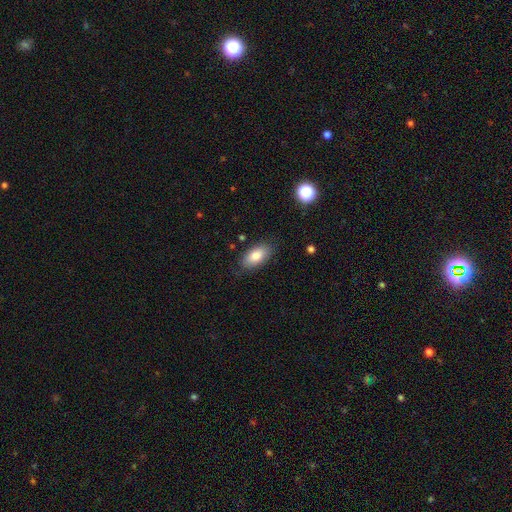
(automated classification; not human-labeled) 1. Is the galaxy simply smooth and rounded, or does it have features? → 83% smooth, 10% featured or disk, 7% star or artifact.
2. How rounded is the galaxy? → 92% in between, 5% cigar-shaped, 3% round.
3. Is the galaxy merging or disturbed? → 83% none, 13% minor disturbance, 3% major disturbance, 1% merger.